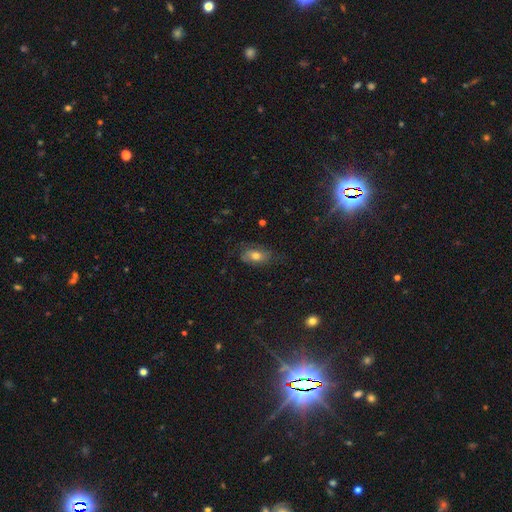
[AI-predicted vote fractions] This appears to be a smooth galaxy with no disk features (58%) that is in between round and cigar-shaped (85%). Merging: none (62%).